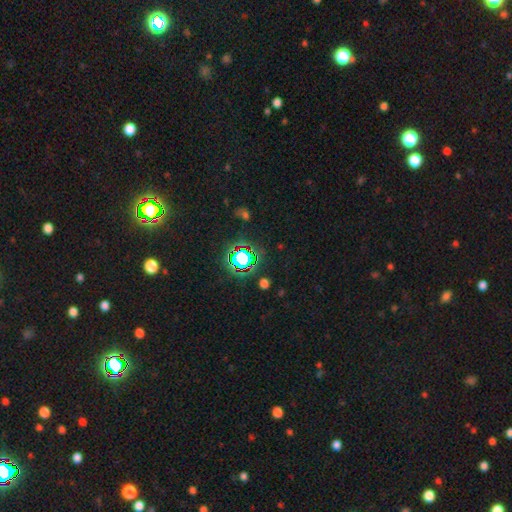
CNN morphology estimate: type=star or artifact (79%).